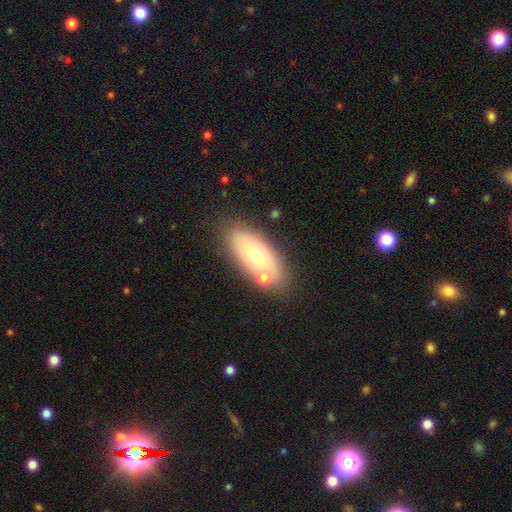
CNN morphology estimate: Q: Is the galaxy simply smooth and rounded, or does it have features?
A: smooth — 62%.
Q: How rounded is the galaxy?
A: in between — 86%.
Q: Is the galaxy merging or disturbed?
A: none — 70%.